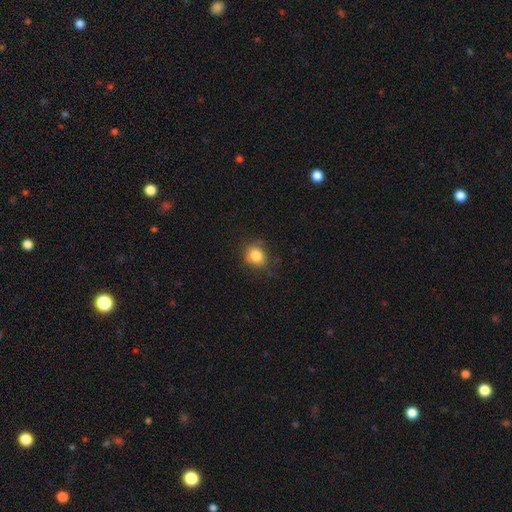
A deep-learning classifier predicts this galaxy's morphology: Q: Smooth or featured?
A: smooth (83%); runner-up: star or artifact (10%)
Q: How rounded?
A: round (64%); runner-up: in between (35%)
Q: Merging?
A: none (79%); runner-up: minor disturbance (16%)